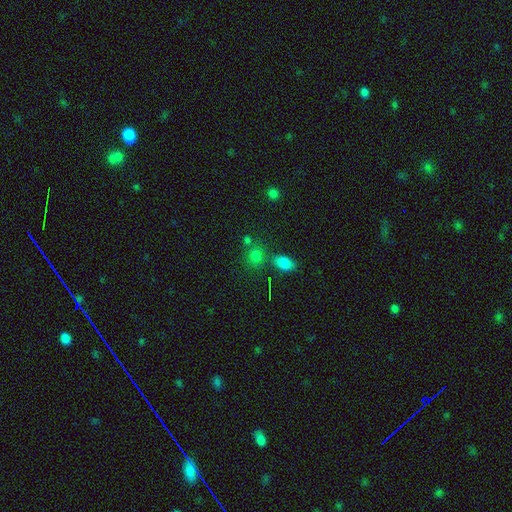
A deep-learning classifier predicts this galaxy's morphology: smooth_or_featured: smooth (p=0.71) [alt: star or artifact p=0.21]
how_rounded: round (p=0.61) [alt: in between p=0.37]
merging: none (p=0.62) [alt: merger p=0.21]